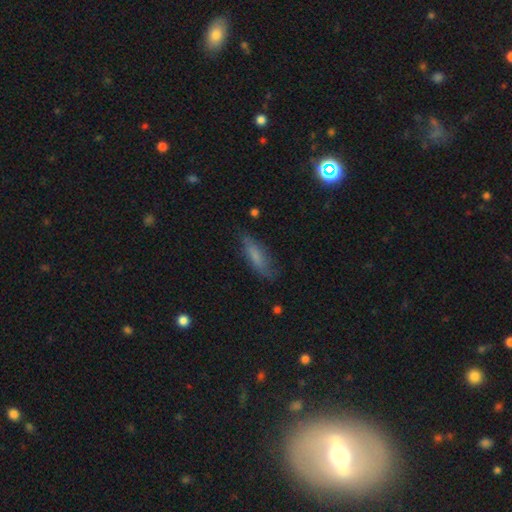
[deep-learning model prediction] Q: Smooth or featured?
A: smooth (64%); runner-up: featured or disk (26%)
Q: How rounded?
A: cigar-shaped (55%); runner-up: in between (43%)
Q: Merging?
A: none (70%); runner-up: minor disturbance (21%)